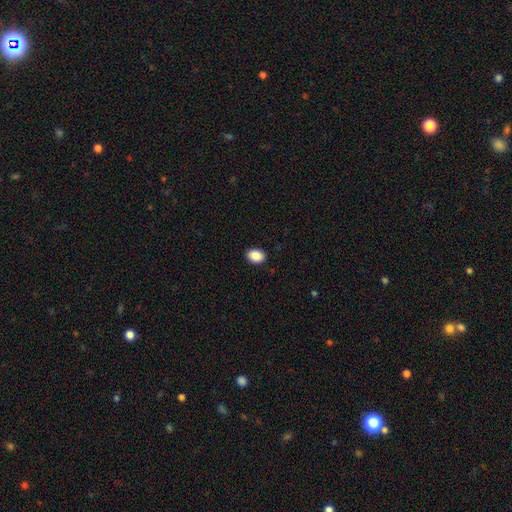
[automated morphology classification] smooth_or_featured: smooth (p=0.89) [alt: star or artifact p=0.08]
how_rounded: in between (p=0.74) [alt: round p=0.25]
merging: none (p=0.90) [alt: minor disturbance p=0.07]